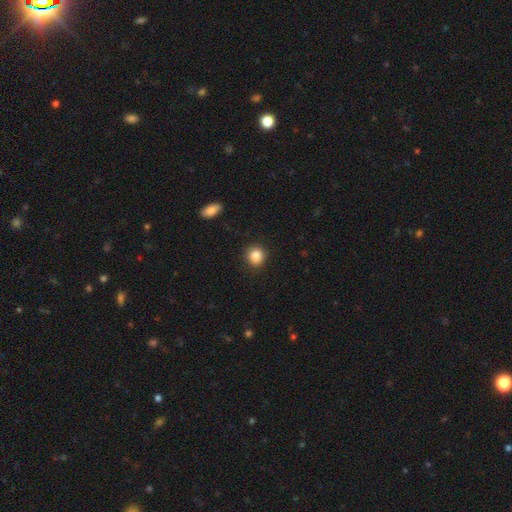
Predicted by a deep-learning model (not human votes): Smooth or featured? Predicted: smooth (p=0.87). How rounded? Predicted: round (p=0.83). Merging? Predicted: none (p=0.89).